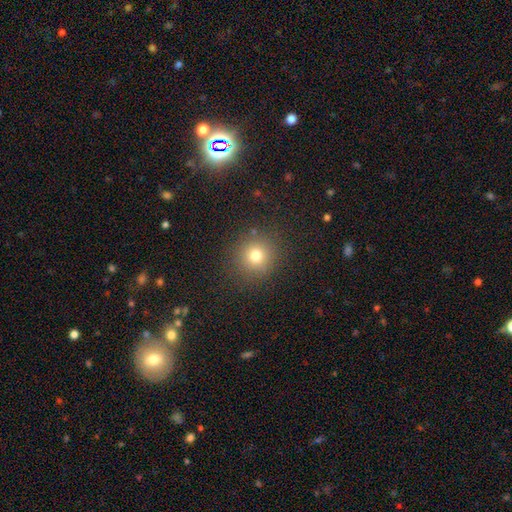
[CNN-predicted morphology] Smooth or featured?
  - smooth: 75% *
  - star or artifact: 17%
  - featured or disk: 9%
How rounded?
  - round: 91% *
  - in between: 8%
  - cigar-shaped: 1%
Merging?
  - none: 87% *
  - minor disturbance: 8%
  - major disturbance: 4%
  - merger: 2%